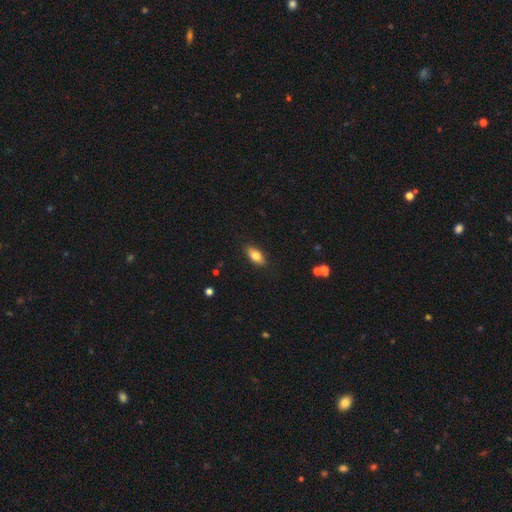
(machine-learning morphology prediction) Smooth or featured? Predicted: smooth (p=0.78). How rounded? Predicted: in between (p=0.87). Merging? Predicted: none (p=0.88).